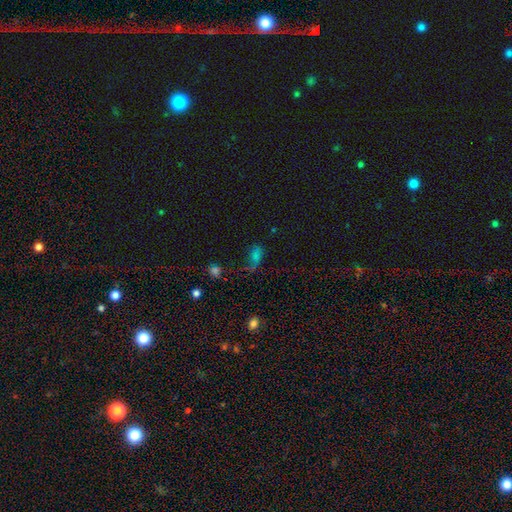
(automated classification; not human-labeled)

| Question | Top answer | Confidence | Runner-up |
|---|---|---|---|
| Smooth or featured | smooth | 53% | star or artifact (27%) |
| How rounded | in between | 80% | round (14%) |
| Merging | none | 36% | major disturbance (34%) |